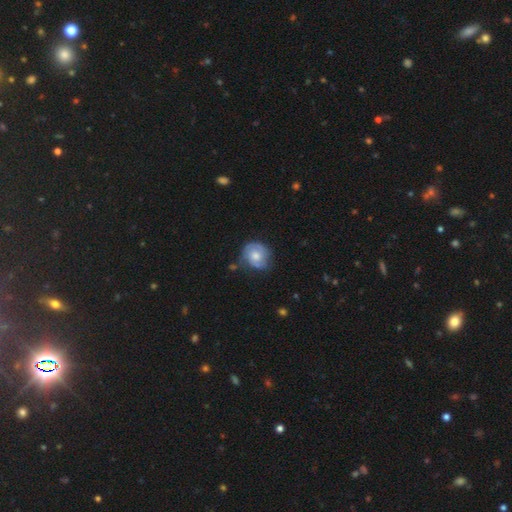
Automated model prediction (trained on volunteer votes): A featured or disk galaxy (57%) with no bar (77%), spiral arms (80%) and a moderate central bulge (63%). Merging: none (62%).